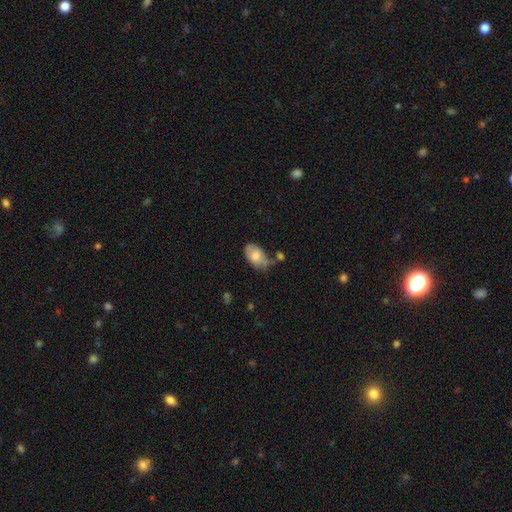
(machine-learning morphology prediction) A smooth galaxy with no disk features (74%) that is in between round and cigar-shaped (91%). Merging: none (45%).